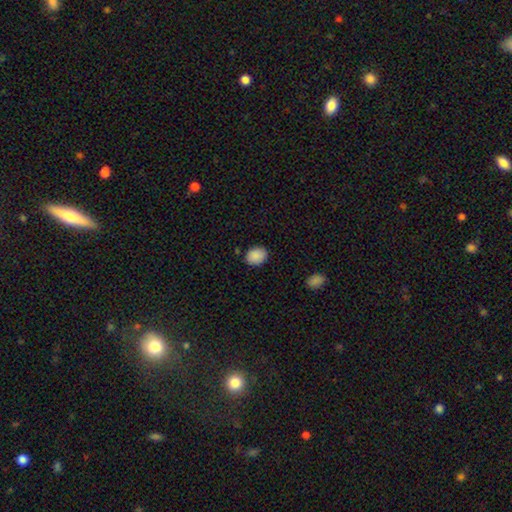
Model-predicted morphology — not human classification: The model was most divided on "how rounded": in between: 54%, round: 45%, cigar-shaped: 1%. More confident: smooth or featured — smooth (89%); merging — none (83%).